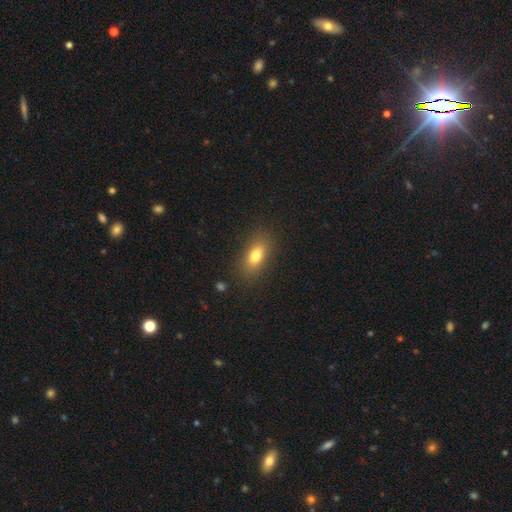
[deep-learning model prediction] Morphology: type=smooth (77%); roundness=in between (80%); merging=none (85%).